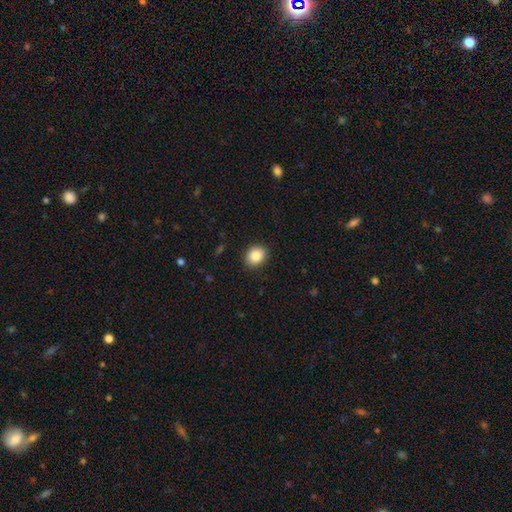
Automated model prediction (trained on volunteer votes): Q: Smooth or featured?
A: smooth (86%); runner-up: star or artifact (9%)
Q: How rounded?
A: round (53%); runner-up: in between (46%)
Q: Merging?
A: none (90%); runner-up: minor disturbance (7%)